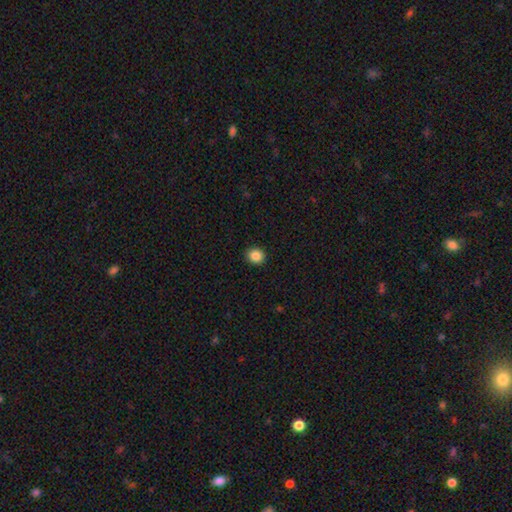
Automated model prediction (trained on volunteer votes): smooth-or-featured: smooth: 86% | star or artifact: 10% | featured or disk: 4%
  how-rounded: round: 81% | in between: 18% | cigar-shaped: 1%
  merging: none: 92% | minor disturbance: 5% | major disturbance: 2% | merger: 1%